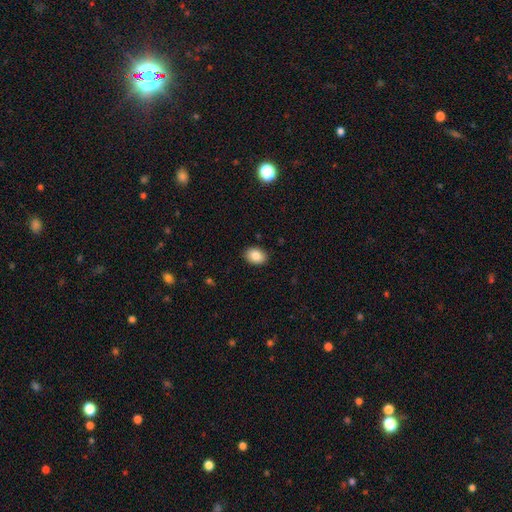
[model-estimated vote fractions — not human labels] smooth_or_featured: smooth (p=0.86) [alt: star or artifact p=0.08]
how_rounded: in between (p=0.75) [alt: round p=0.24]
merging: none (p=0.89) [alt: minor disturbance p=0.08]